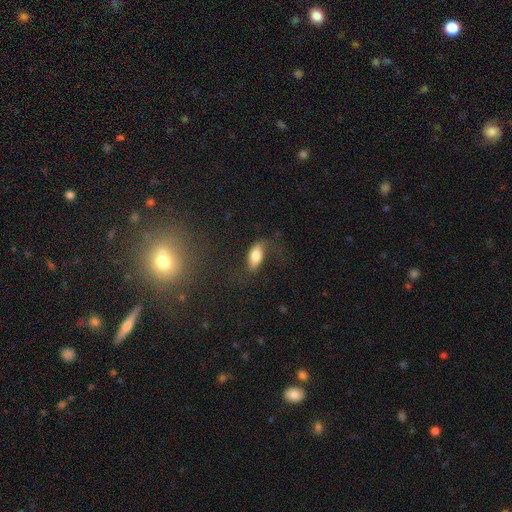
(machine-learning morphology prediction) Smooth or featured? Predicted: smooth (p=0.69). How rounded? Predicted: in between (p=0.86). Merging? Predicted: none (p=0.52).